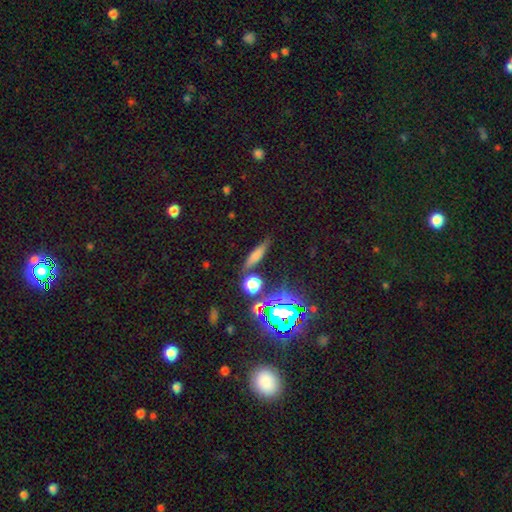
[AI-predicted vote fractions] Overall: smooth (61%). How rounded: cigar-shaped (74%). Merging: none (79%).